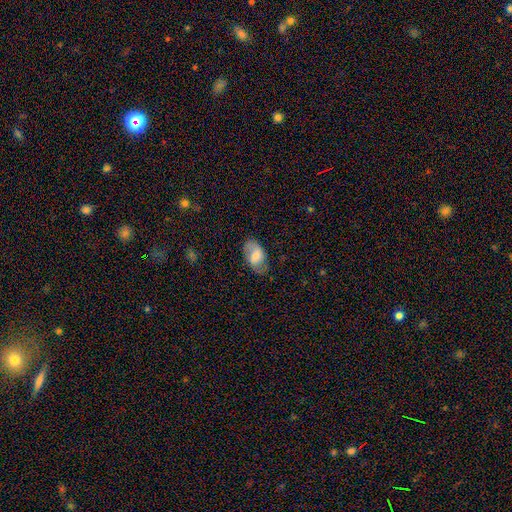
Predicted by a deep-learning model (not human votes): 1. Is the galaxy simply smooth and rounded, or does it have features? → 56% smooth, 37% featured or disk, 7% star or artifact.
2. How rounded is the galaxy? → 92% in between, 6% round, 2% cigar-shaped.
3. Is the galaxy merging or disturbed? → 73% none, 20% minor disturbance, 6% major disturbance, 1% merger.